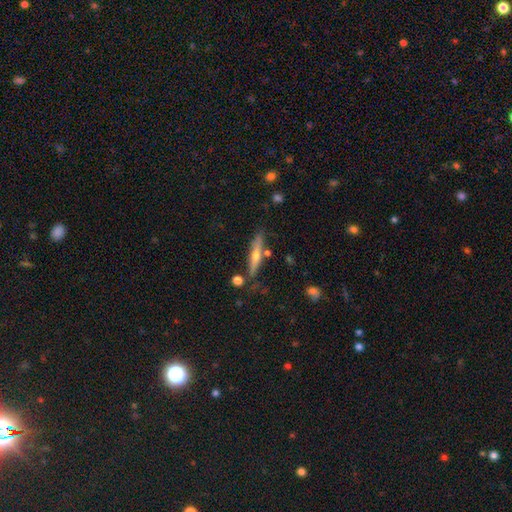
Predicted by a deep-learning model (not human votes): Q: Smooth or featured?
A: featured or disk (57%); runner-up: smooth (36%)
Q: Edge-on disk?
A: yes (94%); runner-up: no (6%)
Q: Edge-on bulge?
A: rounded (83%); runner-up: none (12%)
Q: Merging?
A: none (77%); runner-up: minor disturbance (13%)